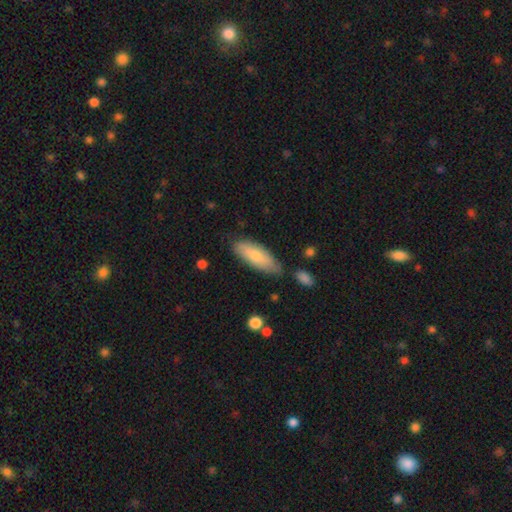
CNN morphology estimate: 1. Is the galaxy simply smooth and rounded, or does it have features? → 74% smooth, 20% featured or disk, 5% star or artifact.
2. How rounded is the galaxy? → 68% in between, 30% cigar-shaped, 2% round.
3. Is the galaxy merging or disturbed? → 71% none, 21% minor disturbance, 4% merger, 4% major disturbance.